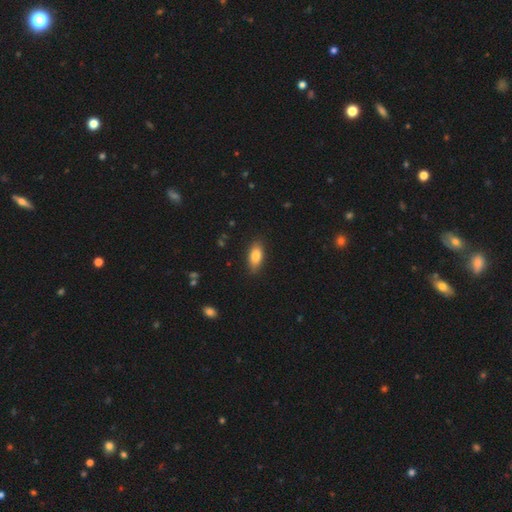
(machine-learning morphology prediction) This is clearly a smooth galaxy (84%). How rounded: clearly in between (85%). Merging: clearly none (84%).